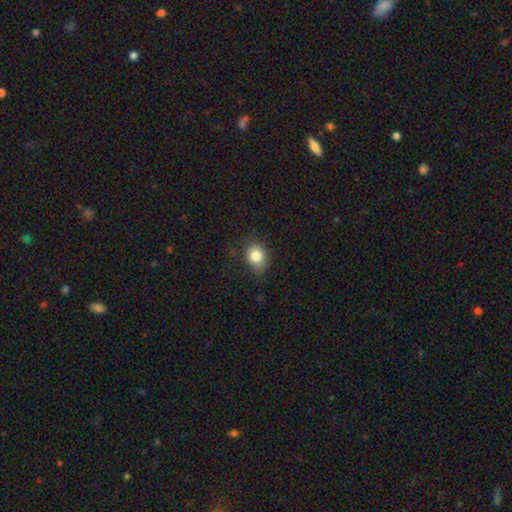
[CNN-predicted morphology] This appears to be a smooth galaxy with no disk features (83%) that is in between round and cigar-shaped (53%). Merging: none (73%).